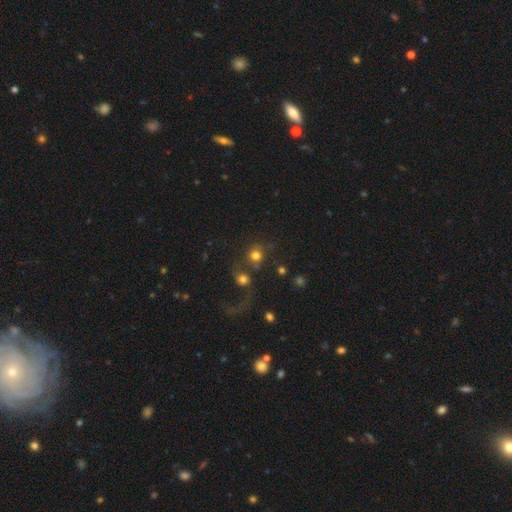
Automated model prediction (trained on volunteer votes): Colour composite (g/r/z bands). It shows a smooth galaxy with no disk features (74%) that is round (88%). Merging: none (43%).